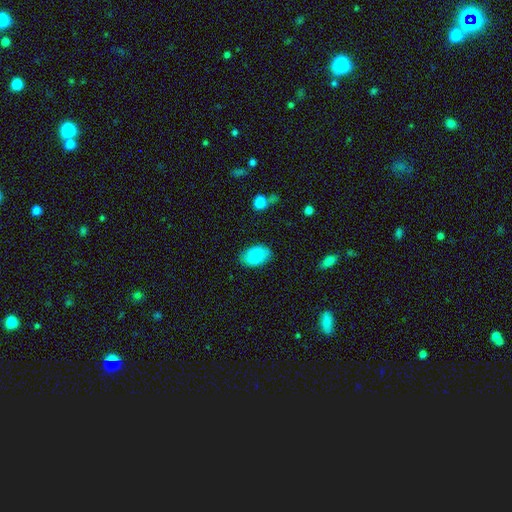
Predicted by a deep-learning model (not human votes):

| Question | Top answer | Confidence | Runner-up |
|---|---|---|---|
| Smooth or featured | smooth | 86% | featured or disk (8%) |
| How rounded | in between | 90% | round (9%) |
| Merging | none | 83% | minor disturbance (13%) |